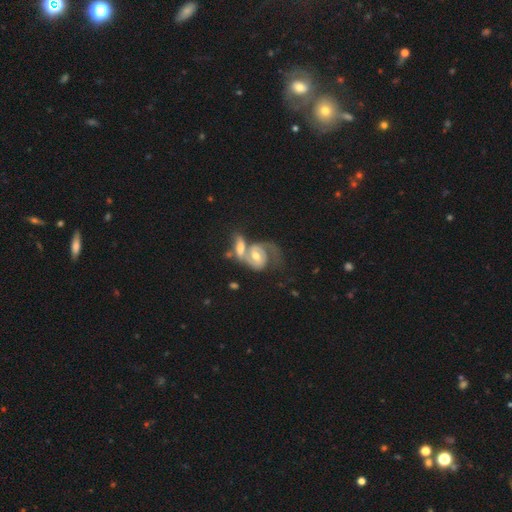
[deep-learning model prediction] A featured or disk galaxy (79%) with no bar (48%), 2 (60%) medium (42%) spiral arms (89%) and a moderate central bulge (66%).

Vote fractions:
- Smooth or featured? featured or disk: 79% / smooth: 15% / star or artifact: 6%
- Edge-on disk? no: 97% / yes: 3%
- Bar? no: 48% / weak: 38% / strong: 13%
- Spiral arms? yes: 89% / no: 11%
- Spiral winding? medium: 42% / tight: 34% / loose: 24%
- Spiral arm count? 2: 60% / 1: 26% / can't tell: 10% / 3: 2% / 4: 1% / more than 4: 1%
- Bulge size? moderate: 66% / small: 25% / large: 6% / none: 2% / dominant: 1%
- Merging? merger: 63% / none: 16% / major disturbance: 12% / minor disturbance: 8%